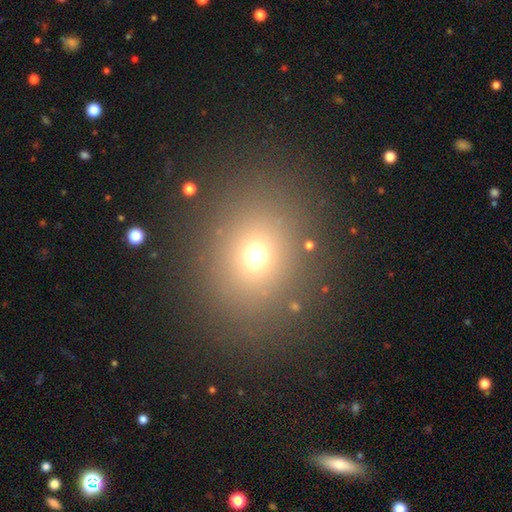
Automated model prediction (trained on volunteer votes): Smooth or featured?
  - smooth: 68% *
  - star or artifact: 23%
  - featured or disk: 9%
How rounded?
  - round: 69% *
  - in between: 29%
  - cigar-shaped: 1%
Merging?
  - none: 85% *
  - minor disturbance: 8%
  - major disturbance: 5%
  - merger: 3%